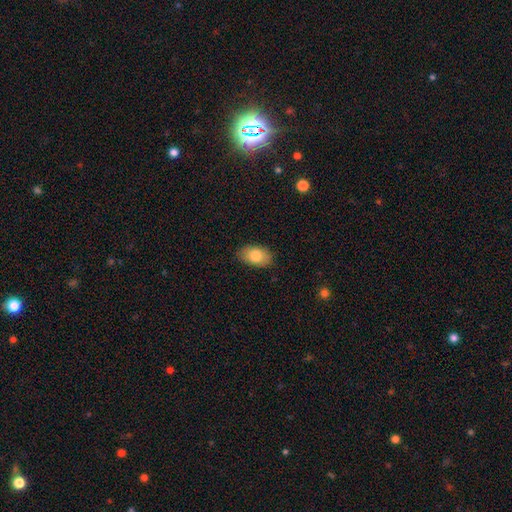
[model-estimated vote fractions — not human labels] Smooth or featured? Predicted: smooth (p=0.81). How rounded? Predicted: in between (p=0.92). Merging? Predicted: none (p=0.85).